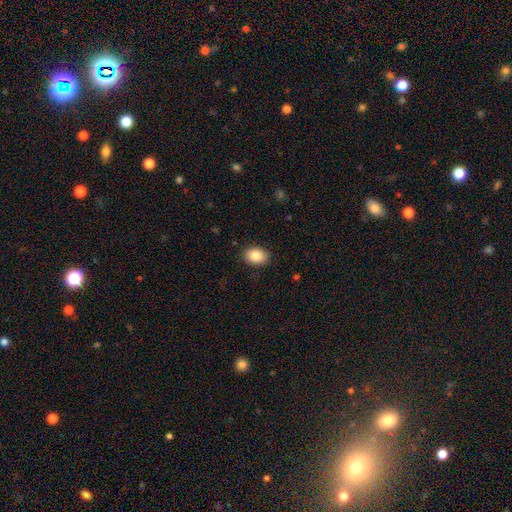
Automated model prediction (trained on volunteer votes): Smooth or featured? Predicted: smooth (p=0.86). How rounded? Predicted: in between (p=0.73). Merging? Predicted: none (p=0.88).